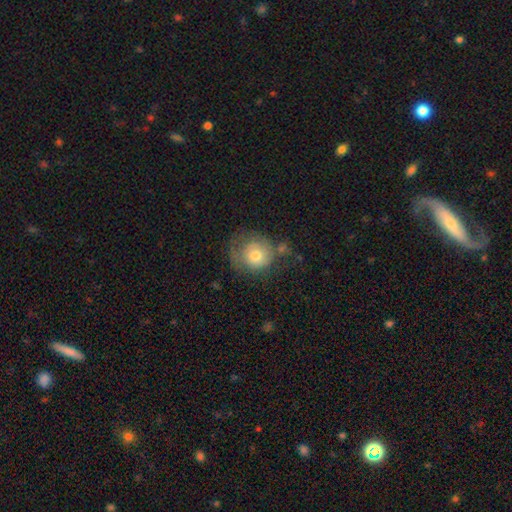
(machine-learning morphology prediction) A smooth galaxy with no disk features (65%) that is round (84%). Merging: none (47%).